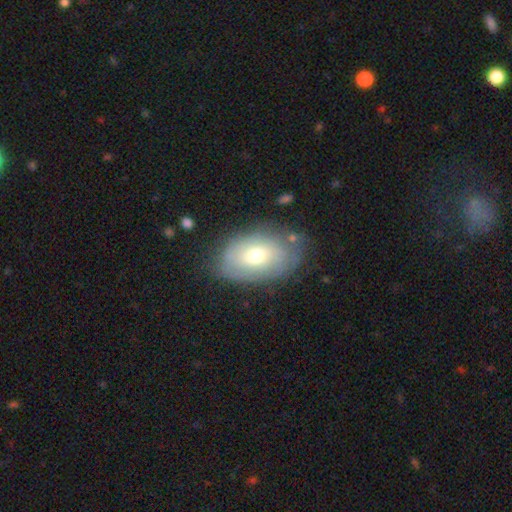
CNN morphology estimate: Smooth or featured?
  - smooth: 58% *
  - featured or disk: 34%
  - star or artifact: 8%
How rounded?
  - in between: 87% *
  - round: 11%
  - cigar-shaped: 1%
Merging?
  - none: 70% *
  - minor disturbance: 20%
  - major disturbance: 7%
  - merger: 2%